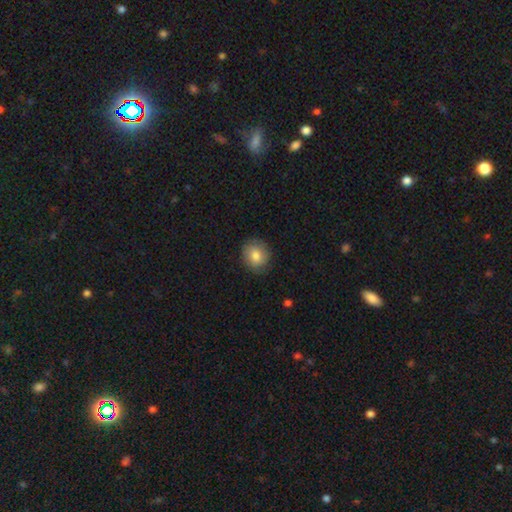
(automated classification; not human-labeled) Morphology: type=smooth (81%); roundness=round (78%); merging=none (84%).